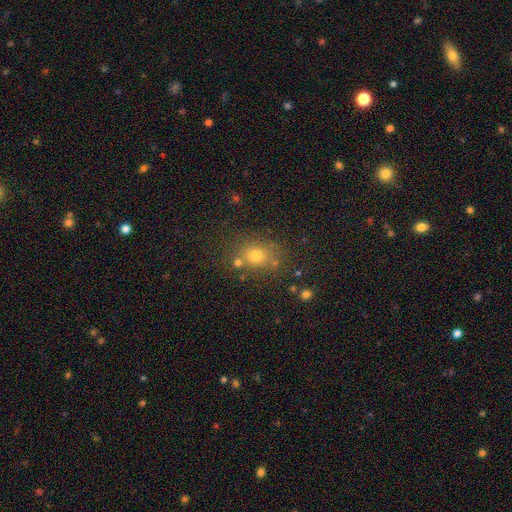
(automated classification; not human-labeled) smooth_or_featured: smooth (p=0.72) [alt: star or artifact p=0.18]
how_rounded: round (p=0.62) [alt: in between p=0.36]
merging: none (p=0.72) [alt: minor disturbance p=0.13]